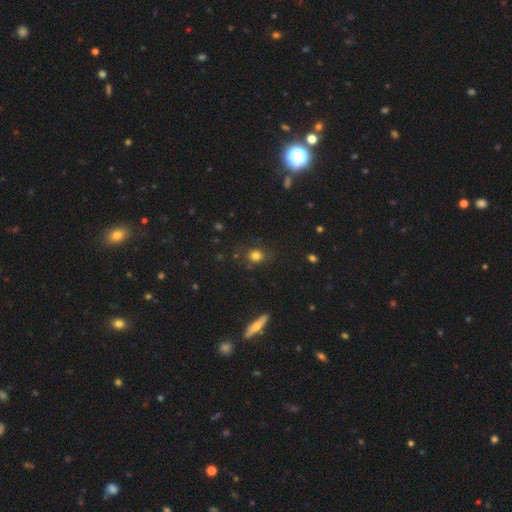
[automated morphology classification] Smooth or featured? smooth (76%)
How rounded? round (75%)
Merging? none (77%)